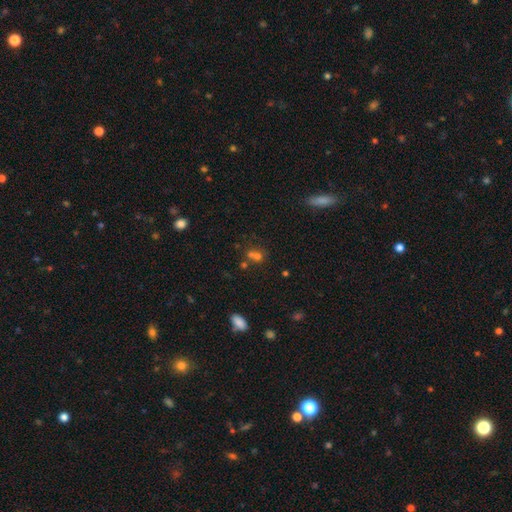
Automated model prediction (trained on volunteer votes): smooth 62%, star or artifact 23%, featured or disk 15%. Down the decision tree: how rounded — round (69%); merging — merger (51%).